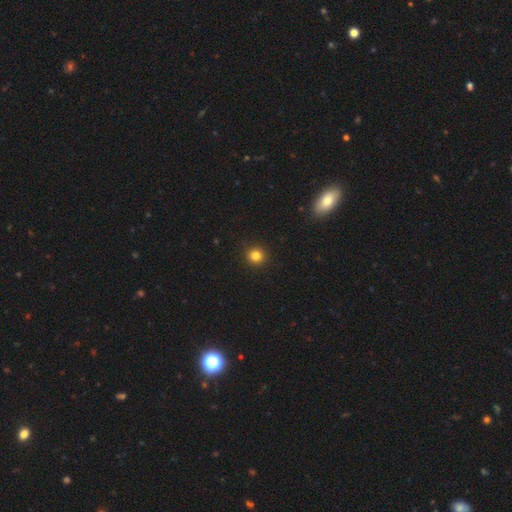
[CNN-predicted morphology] smooth-or-featured: smooth: 83% | star or artifact: 12% | featured or disk: 5%
  how-rounded: round: 93% | in between: 6% | cigar-shaped: 1%
  merging: none: 93% | minor disturbance: 5% | major disturbance: 2% | merger: 1%